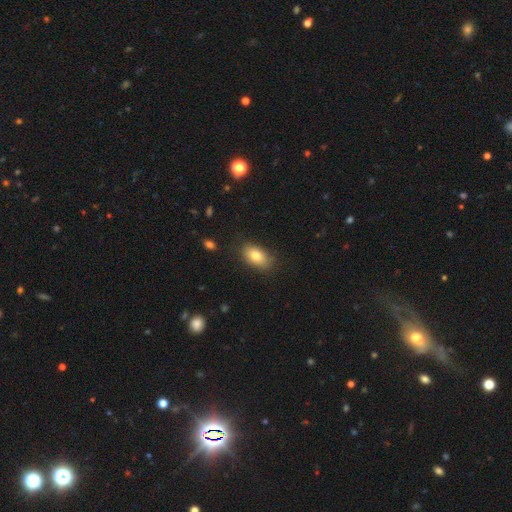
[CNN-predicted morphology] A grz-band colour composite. It shows a smooth galaxy with no disk features (81%) that is in between round and cigar-shaped (90%). Merging: none (82%).